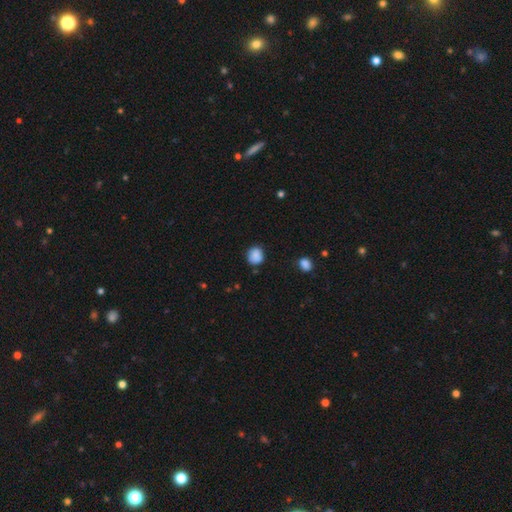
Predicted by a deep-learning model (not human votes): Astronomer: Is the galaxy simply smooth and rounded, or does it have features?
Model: smooth — 87%.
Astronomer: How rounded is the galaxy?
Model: round — 77%.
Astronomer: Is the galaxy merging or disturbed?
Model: none — 78%.